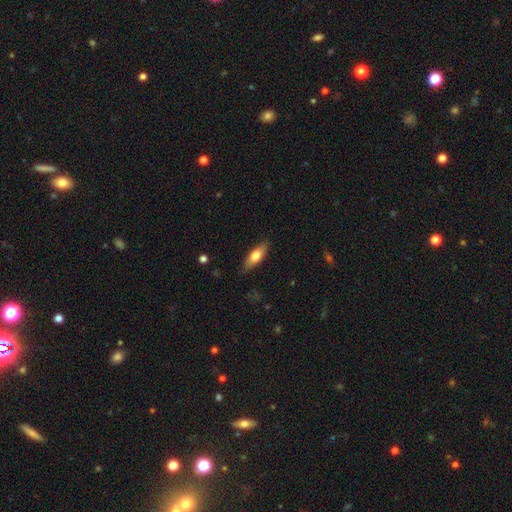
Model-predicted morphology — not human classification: Smooth or featured? smooth (71%)
How rounded? in between (60%)
Merging? none (84%)